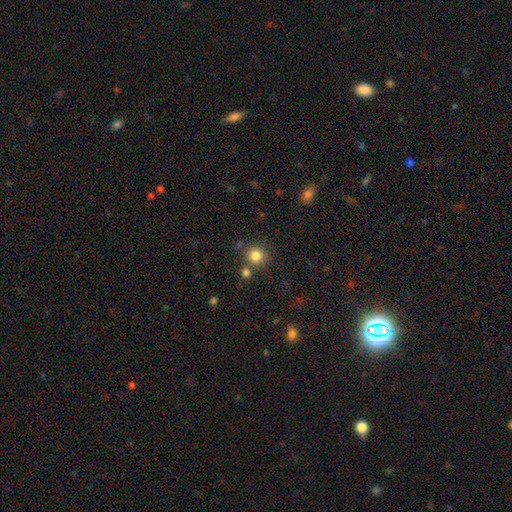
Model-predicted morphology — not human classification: Smooth or featured? Predicted: smooth (p=0.82). How rounded? Predicted: round (p=0.90). Merging? Predicted: none (p=0.72).